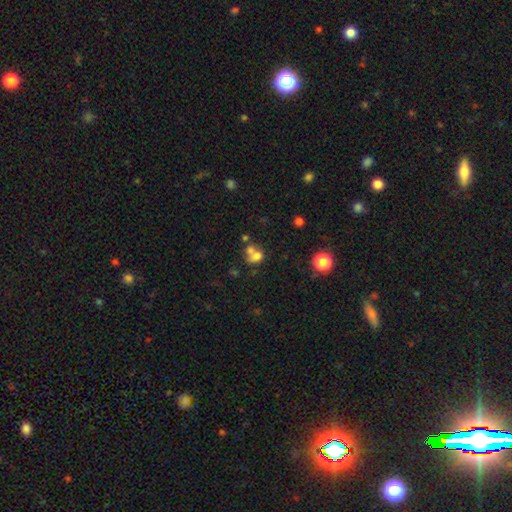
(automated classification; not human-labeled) Smooth or featured? Predicted: smooth (p=0.67). How rounded? Predicted: round (p=0.56). Merging? Predicted: merger (p=0.56).